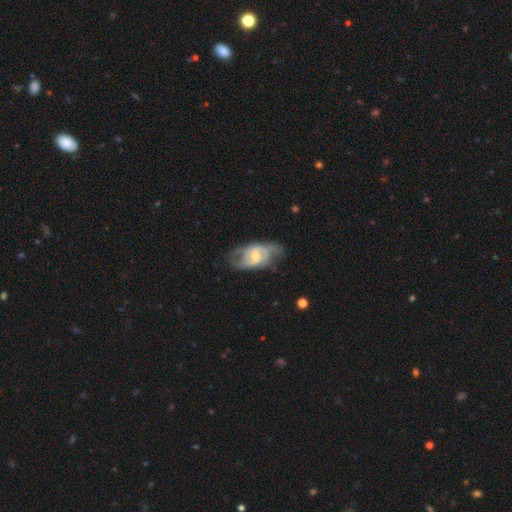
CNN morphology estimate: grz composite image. It shows a featured or disk galaxy (79%) with a weak bar (51%), 2 (67%) medium (48%) spiral arms (89%) and a moderate central bulge (47%, tied with small). Merging: none (61%).